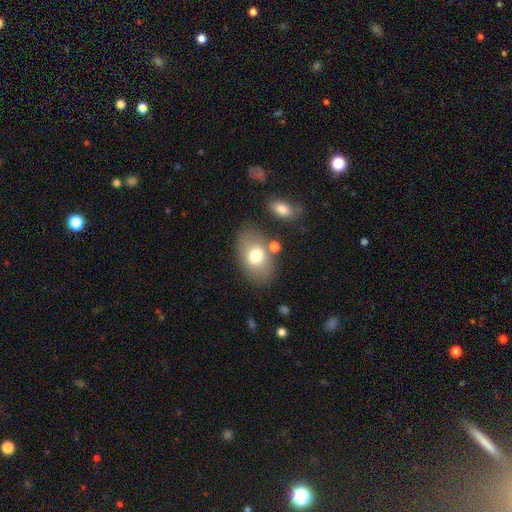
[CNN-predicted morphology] A smooth galaxy with no disk features (72%) that is in between round and cigar-shaped (85%).

Vote fractions:
- Smooth or featured? smooth: 72% / featured or disk: 20% / star or artifact: 8%
- How rounded? in between: 85% / round: 14% / cigar-shaped: 1%
- Merging? none: 72% / minor disturbance: 14% / merger: 9% / major disturbance: 5%